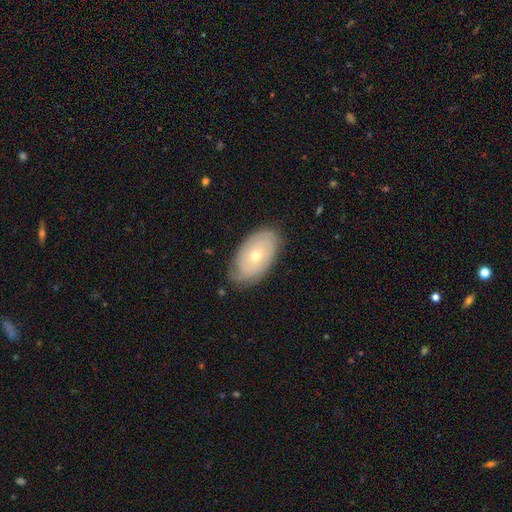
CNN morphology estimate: Smooth or featured: featured or disk — 65% (smooth — 28%)
Edge-on disk: no — 93% (yes — 7%)
Bar: no — 83% (weak — 14%)
Spiral arms: yes — 78% (no — 22%)
Bulge size: small — 56% (moderate — 42%)
Merging: none — 78% (minor disturbance — 17%)